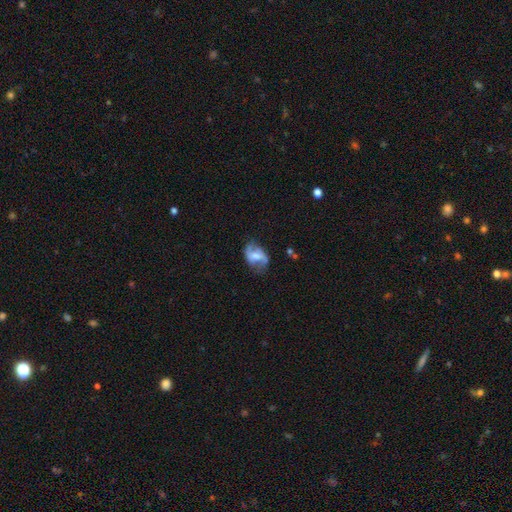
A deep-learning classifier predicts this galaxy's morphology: Smooth or featured? featured or disk (64%)
Edge-on disk? no (96%)
Bar? weak (43%)
Spiral arms? yes (81%)
Bulge size? moderate (48%)
Merging? none (58%)